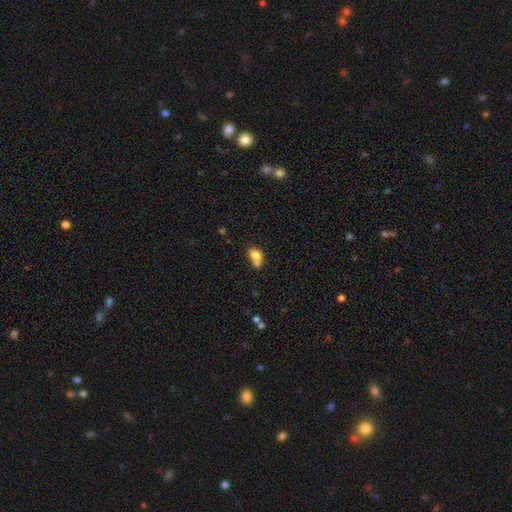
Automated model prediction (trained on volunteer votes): Smooth or featured? Predicted: smooth (p=0.77). How rounded? Predicted: in between (p=0.63). Merging? Predicted: merger (p=0.51).